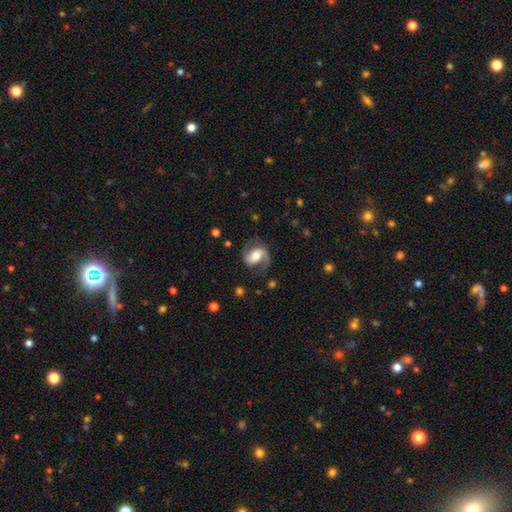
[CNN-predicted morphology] This is clearly a featured or disk galaxy (84%). It is clearly not viewed edge-on (98%). Bar: marginally weak (40%). Spiral arm pattern: clearly yes (96%). Spiral arm count: clearly 2 (89%). Spiral winding: possibly medium (52%). Central bulge: possibly moderate (59%). Merging: likely none (75%).